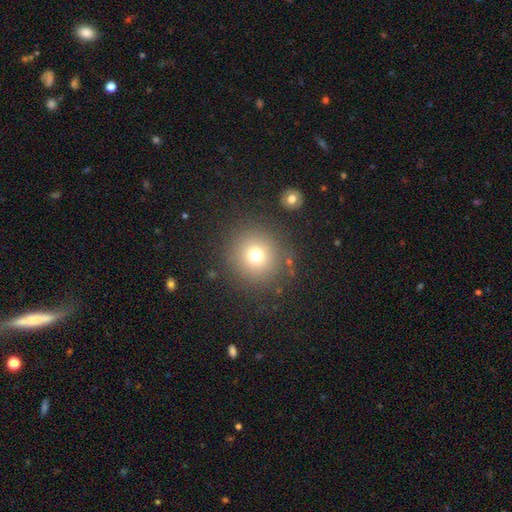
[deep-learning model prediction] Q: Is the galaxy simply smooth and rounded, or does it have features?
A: smooth — 73%.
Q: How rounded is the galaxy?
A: round — 93%.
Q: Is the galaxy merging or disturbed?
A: none — 84%.